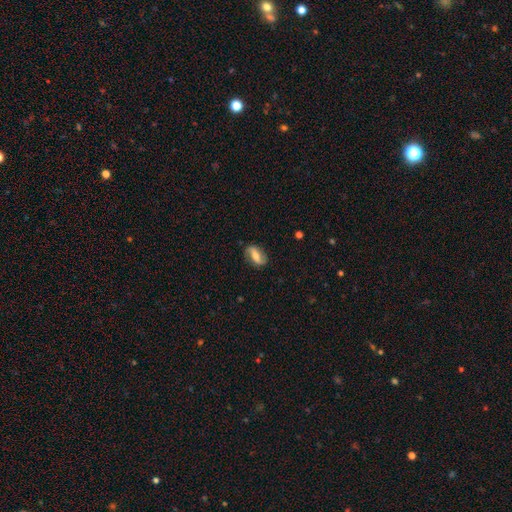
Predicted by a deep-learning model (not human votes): featured or disk 58%, smooth 35%, star or artifact 7%. Down the decision tree: edge-on disk — no (91%); bar — strong (40%); spiral arms — yes (84%); bulge size — moderate (49%); merging — none (80%).